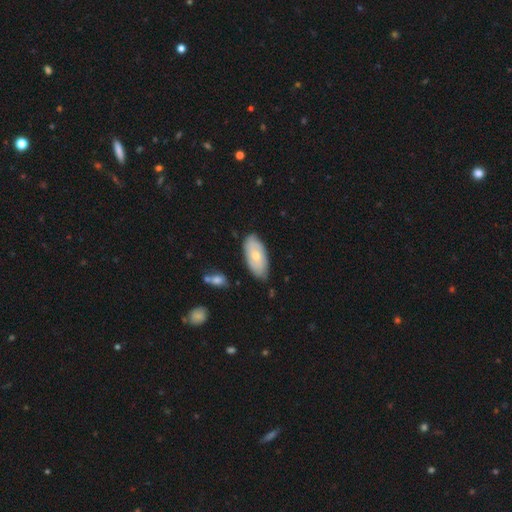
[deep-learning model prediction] Q: Smooth or featured?
A: smooth (56%); runner-up: featured or disk (39%)
Q: How rounded?
A: in between (91%); runner-up: cigar-shaped (6%)
Q: Merging?
A: none (74%); runner-up: minor disturbance (21%)